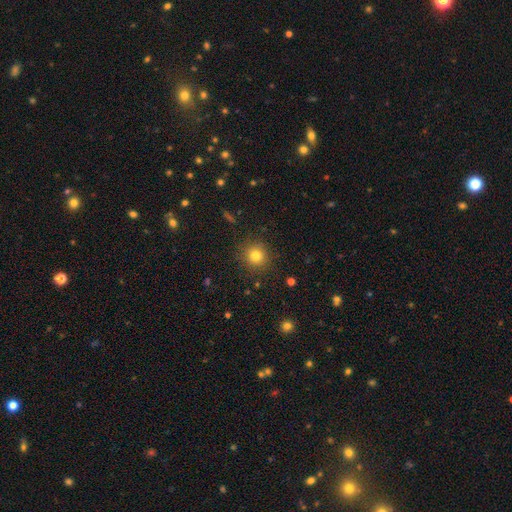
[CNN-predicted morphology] Overall: smooth (79%). How rounded: round (93%). Merging: none (88%).